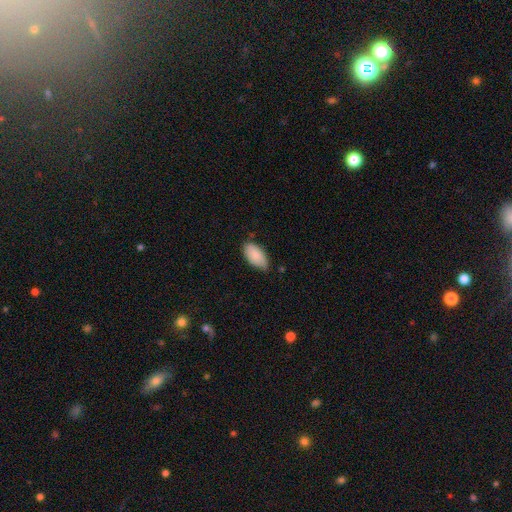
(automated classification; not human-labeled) smooth-or-featured: smooth: 86% | featured or disk: 8% | star or artifact: 6%
  how-rounded: in between: 95% | round: 3% | cigar-shaped: 3%
  merging: none: 64% | minor disturbance: 30% | major disturbance: 4% | merger: 2%